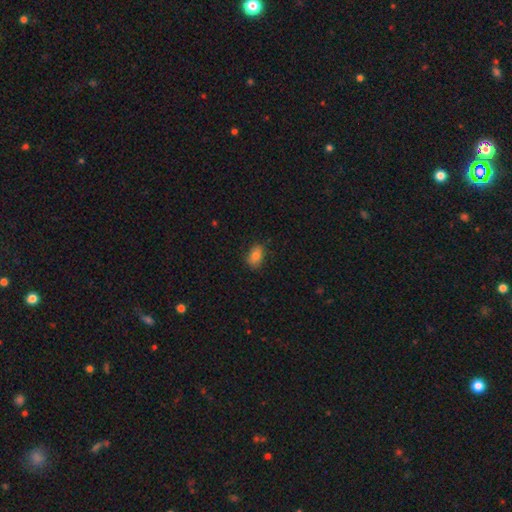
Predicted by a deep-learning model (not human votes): Smooth or featured: smooth — 80% (featured or disk — 11%)
How rounded: in between — 81% (round — 17%)
Merging: none — 79% (minor disturbance — 17%)